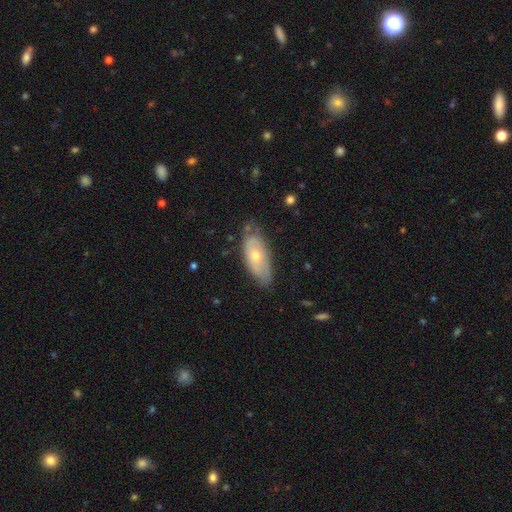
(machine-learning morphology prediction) This is possibly a smooth galaxy (51%). How rounded: clearly in between (83%). Merging: likely none (67%).